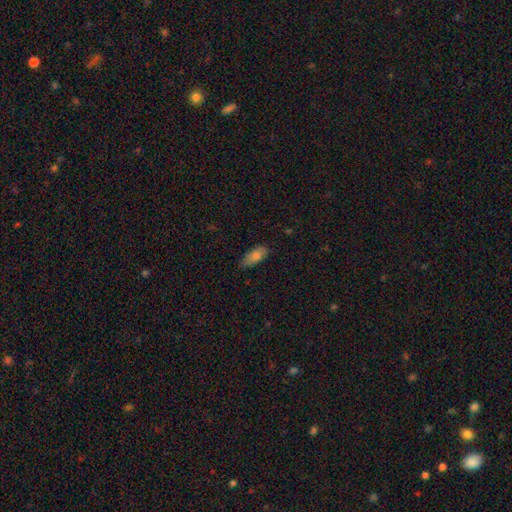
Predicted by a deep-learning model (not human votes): Smooth or featured? Predicted: smooth (p=0.78). How rounded? Predicted: in between (p=0.84). Merging? Predicted: none (p=0.77).